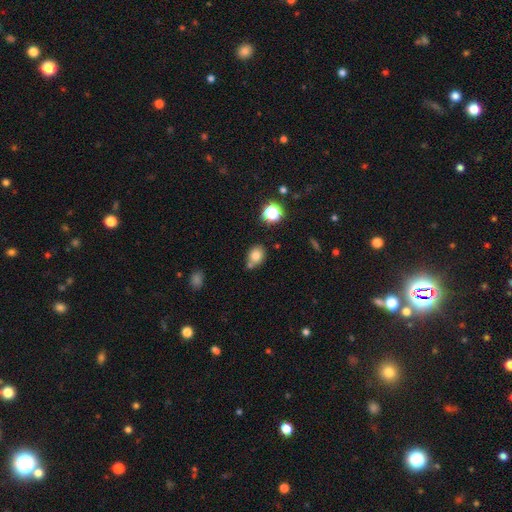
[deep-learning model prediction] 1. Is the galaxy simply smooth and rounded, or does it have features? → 77% smooth, 13% star or artifact, 9% featured or disk.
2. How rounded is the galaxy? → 55% round, 44% in between, 1% cigar-shaped.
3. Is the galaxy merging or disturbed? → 56% none, 21% merger, 18% minor disturbance, 5% major disturbance.